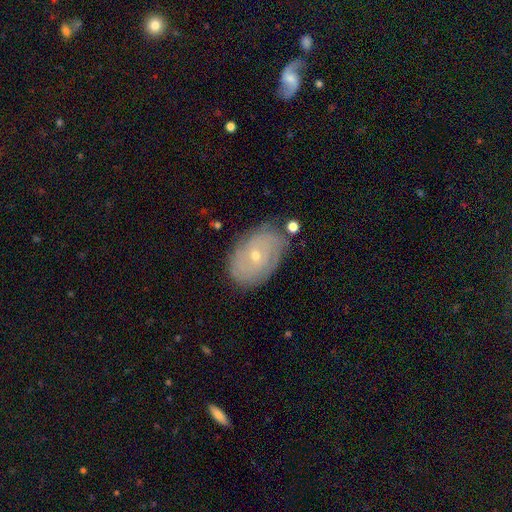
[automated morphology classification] smooth-or-featured: featured or disk: 70% | smooth: 23% | star or artifact: 8%
  disk-edge-on: no: 95% | yes: 5%
    bar: no: 75% | weak: 21% | strong: 4%
    has-spiral-arms: yes: 82% | no: 18%
      spiral-winding: tight: 74% | medium: 19% | loose: 6%
      spiral-arm-count: can't tell: 51% | 2: 19% | 3: 12% | 4: 8% | more than 4: 5% | 1: 5%
    bulge-size: small: 69% | moderate: 29% | large: 1% | none: 1% | dominant: 1%
  merging: none: 73% | minor disturbance: 19% | major disturbance: 5% | merger: 3%